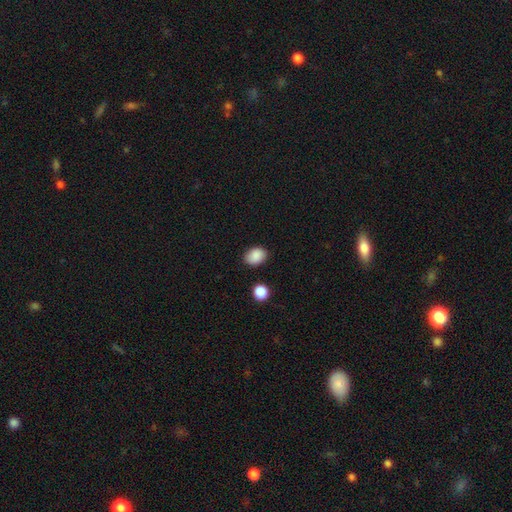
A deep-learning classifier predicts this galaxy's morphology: Overall: smooth (88%). How rounded: in between (67%; round 32%). Merging: none (84%).